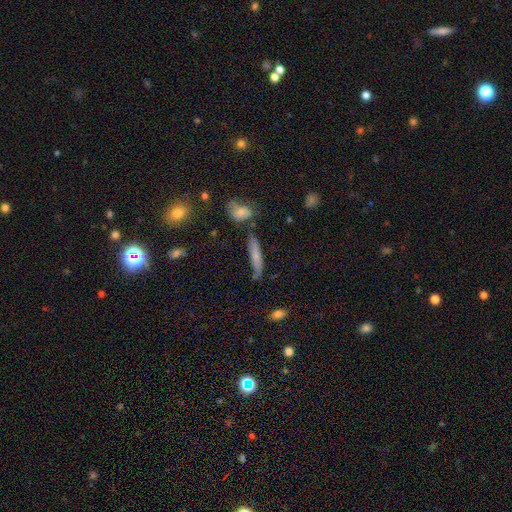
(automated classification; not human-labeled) Morphology: type=smooth (66%); roundness=cigar-shaped (87%); merging=none (70%).